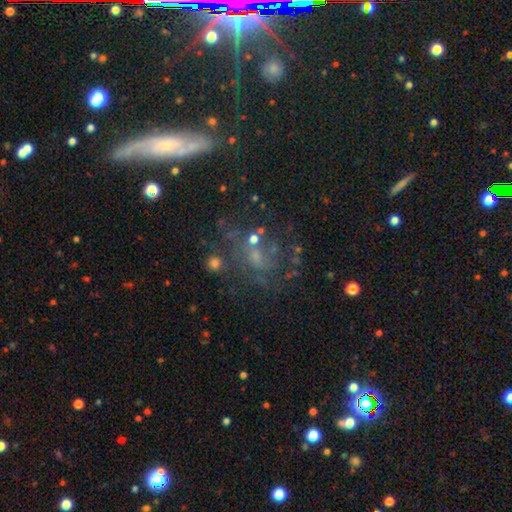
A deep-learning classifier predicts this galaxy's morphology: A featured or disk galaxy (53%) with no bar (74%), spiral arms (54%) and a small central bulge (47%).

Vote fractions:
- Smooth or featured? featured or disk: 53% / star or artifact: 23% / smooth: 23%
- Edge-on disk? no: 97% / yes: 3%
- Bar? no: 74% / weak: 21% / strong: 5%
- Spiral arms? yes: 54% / no: 46%
- Bulge size? small: 47% / none: 26% / moderate: 22% / large: 3% / dominant: 2%
- Merging? none: 51% / major disturbance: 22% / minor disturbance: 18% / merger: 9%